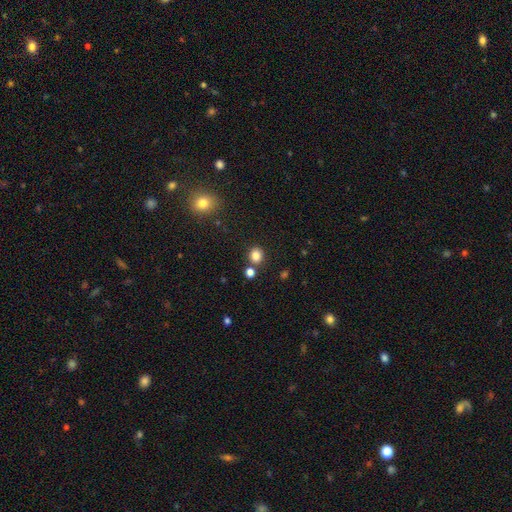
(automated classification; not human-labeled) Q: Smooth or featured?
A: smooth (82%); runner-up: star or artifact (13%)
Q: How rounded?
A: round (77%); runner-up: in between (22%)
Q: Merging?
A: none (78%); runner-up: merger (10%)